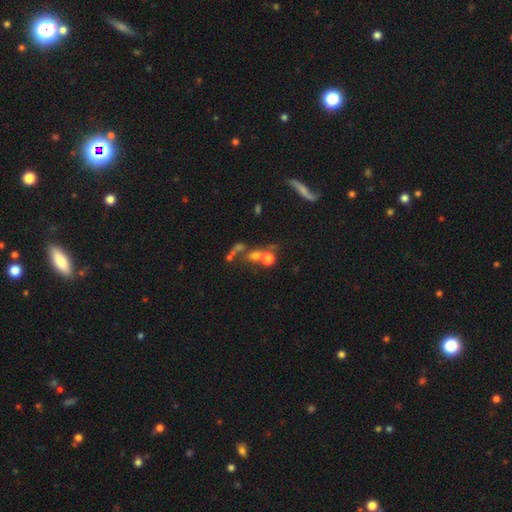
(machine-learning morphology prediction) Smooth or featured: smooth — 59% (featured or disk — 21%)
How rounded: round — 79% (in between — 19%)
Merging: merger — 48% (none — 35%)